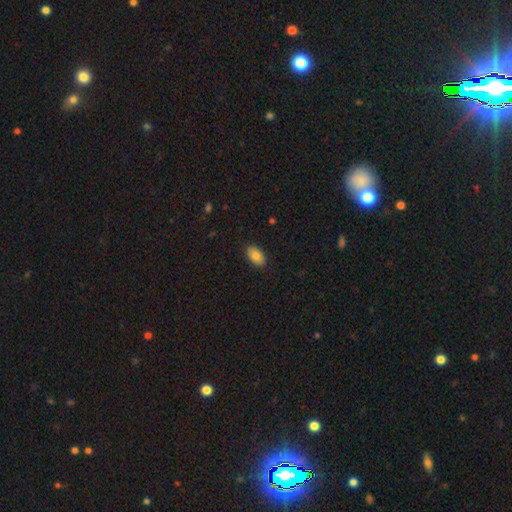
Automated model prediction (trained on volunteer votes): The model was most divided on "smooth or featured": smooth: 83%, featured or disk: 10%, star or artifact: 7%. More confident: how rounded — in between (93%); merging — none (89%).